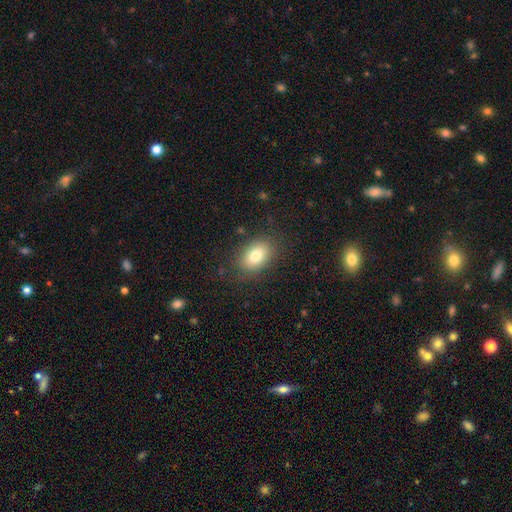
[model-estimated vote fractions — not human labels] Smooth or featured?
  - smooth: 79% *
  - featured or disk: 11%
  - star or artifact: 9%
How rounded?
  - in between: 83% *
  - round: 16%
  - cigar-shaped: 1%
Merging?
  - none: 83% *
  - minor disturbance: 11%
  - major disturbance: 4%
  - merger: 1%